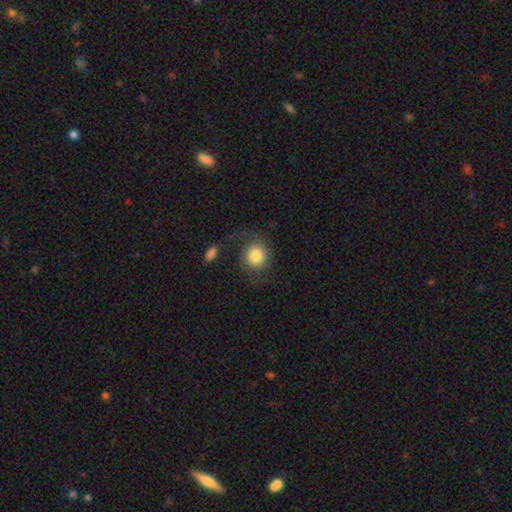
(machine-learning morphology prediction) smooth 71%, featured or disk 21%, star or artifact 8%. Down the decision tree: how rounded — round (82%); merging — none (61%).